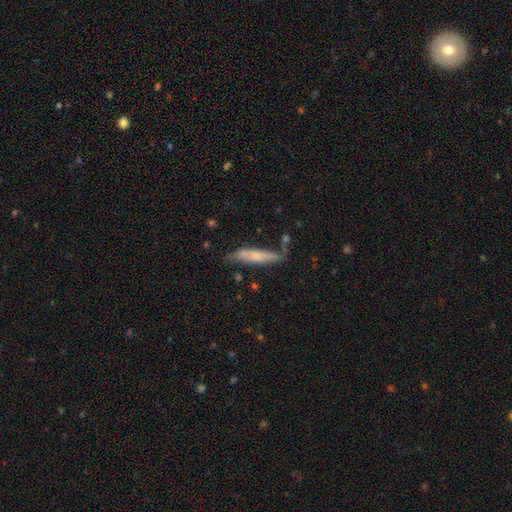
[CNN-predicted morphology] This appears to be a smooth galaxy with no disk features (56%) that is cigar-shaped (84%). Merging: none (67%).